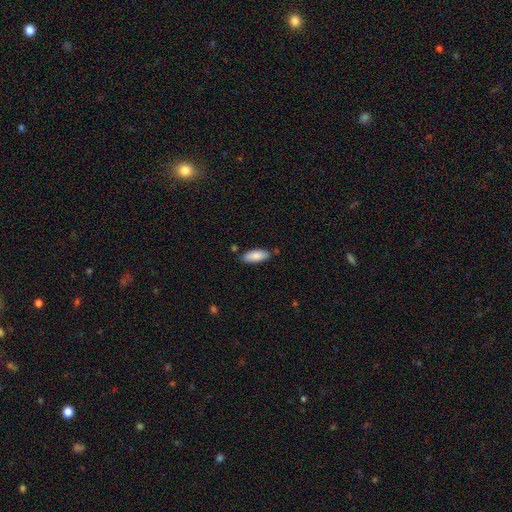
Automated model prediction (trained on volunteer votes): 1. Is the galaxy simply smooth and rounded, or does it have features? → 87% smooth, 7% featured or disk, 6% star or artifact.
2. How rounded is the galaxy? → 79% in between, 20% cigar-shaped, 2% round.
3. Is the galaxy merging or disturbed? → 81% none, 13% minor disturbance, 4% merger, 2% major disturbance.